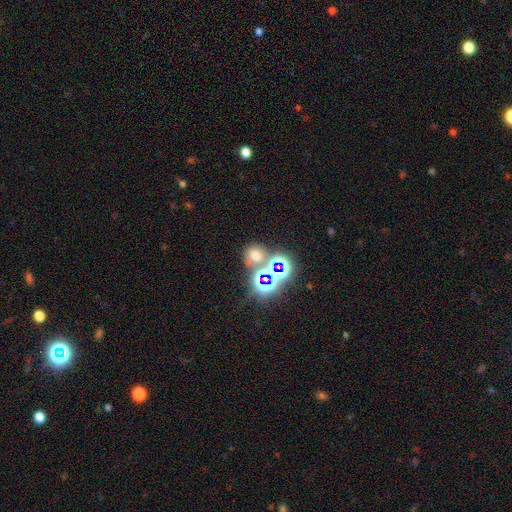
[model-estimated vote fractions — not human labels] Overall: smooth (49%; star or artifact 42%). Merging: none (59%; merger 25%).